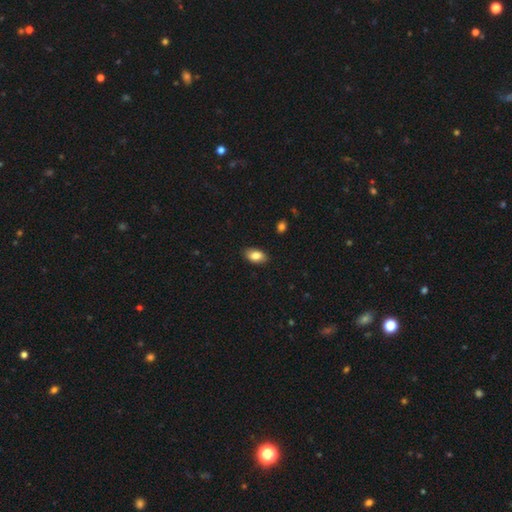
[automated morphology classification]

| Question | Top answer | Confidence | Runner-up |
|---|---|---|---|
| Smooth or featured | smooth | 85% | featured or disk (8%) |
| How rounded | in between | 92% | round (5%) |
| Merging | none | 87% | minor disturbance (10%) |